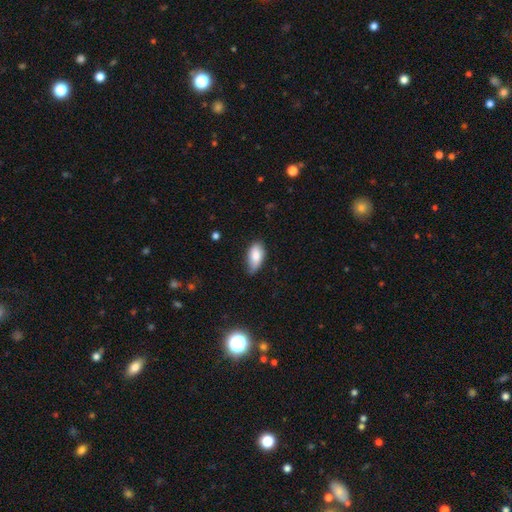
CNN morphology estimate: smooth 81%, featured or disk 12%, star or artifact 7%. Down the decision tree: how rounded — in between (92%); merging — none (59%).